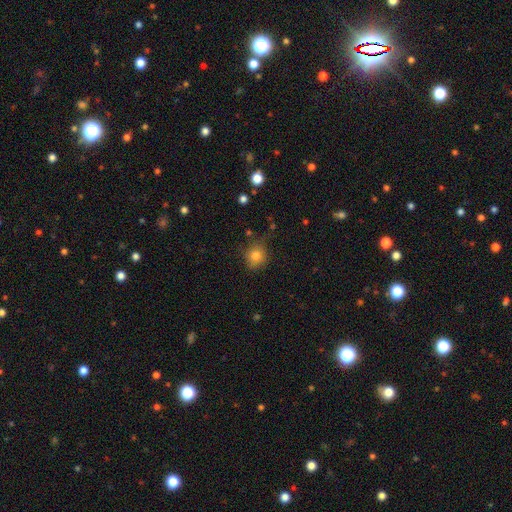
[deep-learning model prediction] smooth-or-featured: smooth: 81% | star or artifact: 12% | featured or disk: 7%
  how-rounded: round: 83% | in between: 16% | cigar-shaped: 1%
  merging: none: 76% | minor disturbance: 17% | major disturbance: 4% | merger: 2%